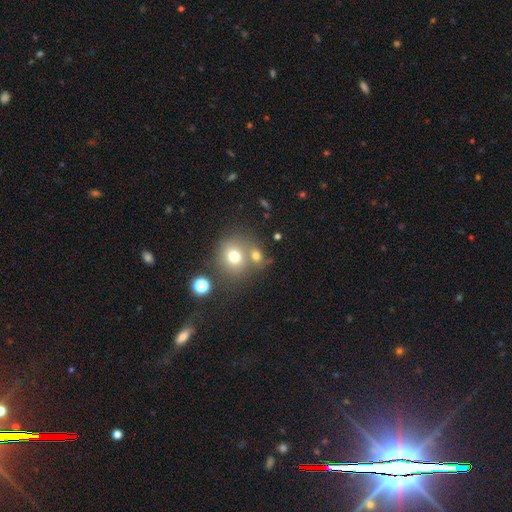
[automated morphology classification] smooth 70%, star or artifact 16%, featured or disk 14%. Down the decision tree: how rounded — round (74%); merging — none (46%).